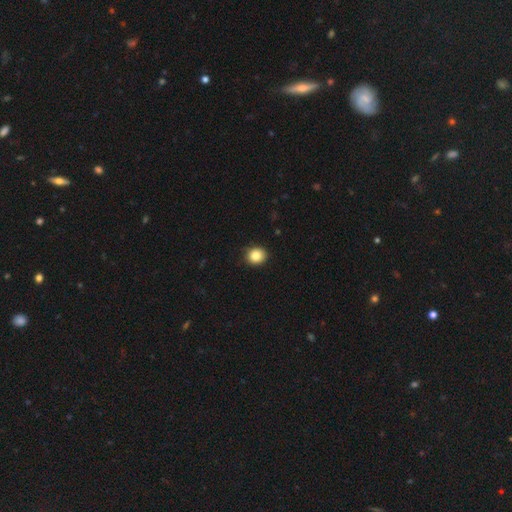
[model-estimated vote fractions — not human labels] The model was most divided on "how rounded": round: 85%, in between: 14%, cigar-shaped: 1%. More confident: merging — none (89%); smooth or featured — smooth (84%).